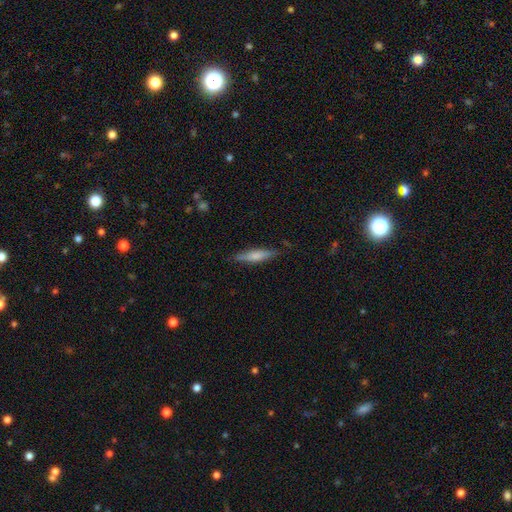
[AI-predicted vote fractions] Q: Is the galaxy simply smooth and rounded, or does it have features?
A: smooth — 60%.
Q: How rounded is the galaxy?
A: cigar-shaped — 80%.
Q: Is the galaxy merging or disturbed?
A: none — 82%.